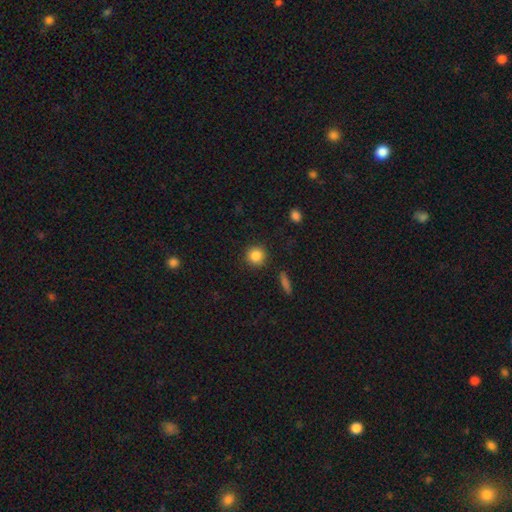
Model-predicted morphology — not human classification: type=smooth (85%); roundness=round (93%); merging=none (90%).